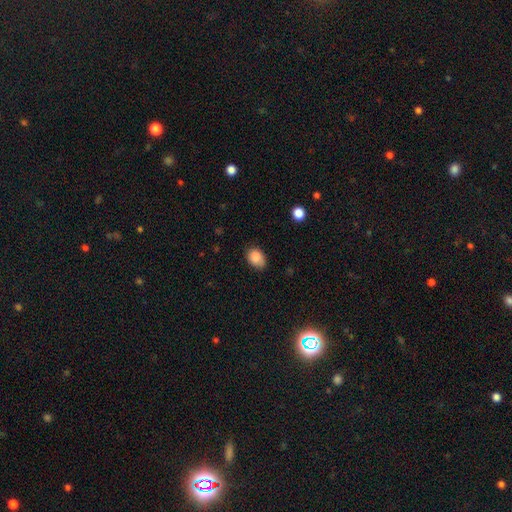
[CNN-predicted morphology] Smooth or featured? smooth (85%)
How rounded? in between (71%)
Merging? none (71%)